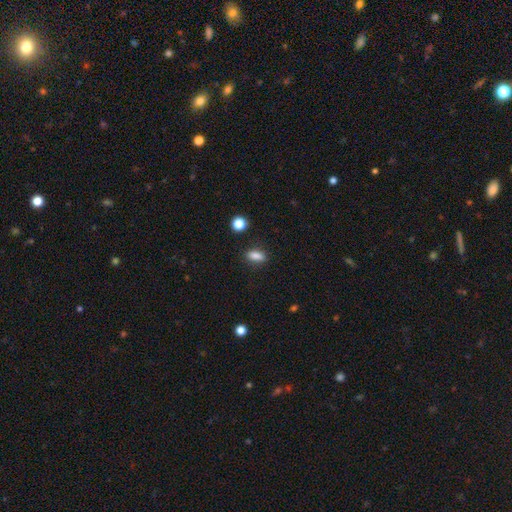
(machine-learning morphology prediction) A smooth galaxy with no disk features (85%) that is in between round and cigar-shaped (72%).

Vote fractions:
- Smooth or featured? smooth: 85% / star or artifact: 10% / featured or disk: 6%
- How rounded? in between: 72% / cigar-shaped: 20% / round: 9%
- Merging? none: 85% / minor disturbance: 10% / major disturbance: 3% / merger: 2%